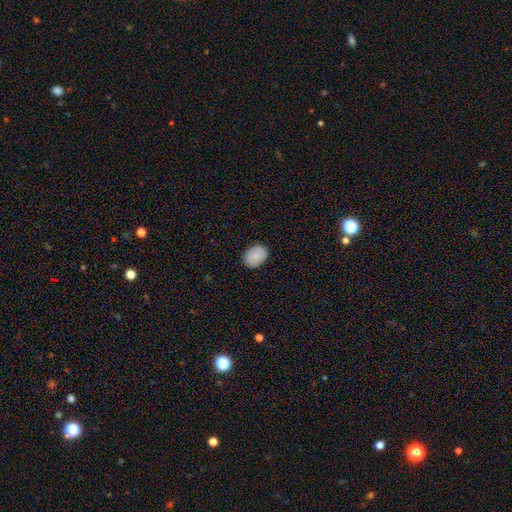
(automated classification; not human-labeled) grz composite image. It shows a smooth galaxy with no disk features (89%) that is in between round and cigar-shaped (77%). Merging: none (86%).